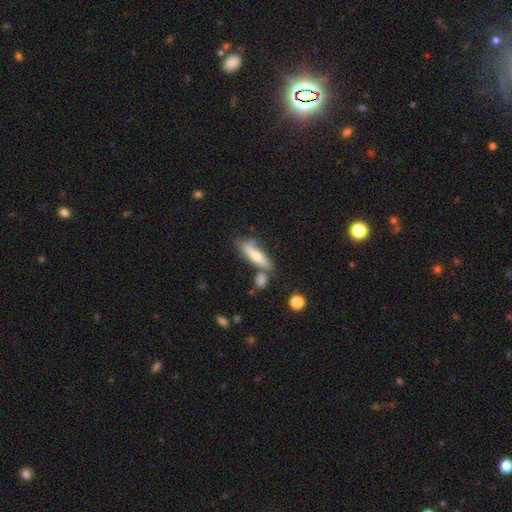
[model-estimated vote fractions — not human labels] This is possibly a smooth galaxy (56%). How rounded: likely cigar-shaped (68%). Merging: likely none (60%).